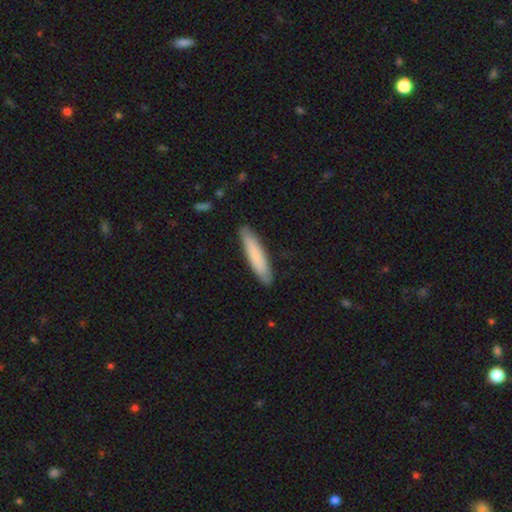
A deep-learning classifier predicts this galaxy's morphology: A smooth galaxy with no disk features (79%) that is cigar-shaped (86%).

Vote fractions:
- Smooth or featured? smooth: 79% / featured or disk: 16% / star or artifact: 5%
- How rounded? cigar-shaped: 86% / in between: 13% / round: 1%
- Merging? none: 87% / minor disturbance: 10% / major disturbance: 2% / merger: 1%